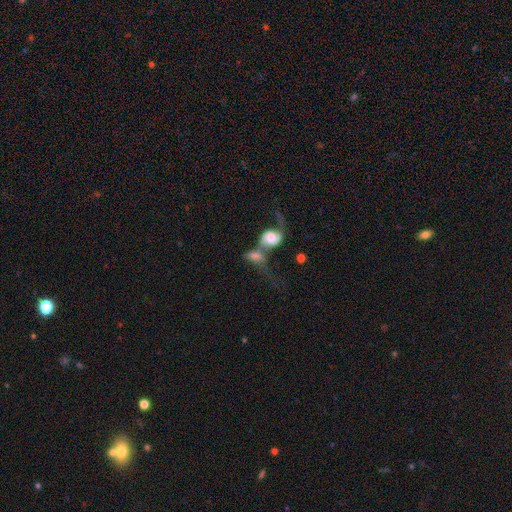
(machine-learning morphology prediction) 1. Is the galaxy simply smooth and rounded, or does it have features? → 56% featured or disk, 36% smooth, 9% star or artifact.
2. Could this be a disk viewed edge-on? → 91% no, 9% yes.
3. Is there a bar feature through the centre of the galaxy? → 66% no, 26% weak, 8% strong.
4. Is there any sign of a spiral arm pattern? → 80% yes, 20% no.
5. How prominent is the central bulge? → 37% moderate, 27% large, 19% small, 10% none, 8% dominant.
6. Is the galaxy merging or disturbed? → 71% merger, 13% none, 11% major disturbance, 6% minor disturbance.